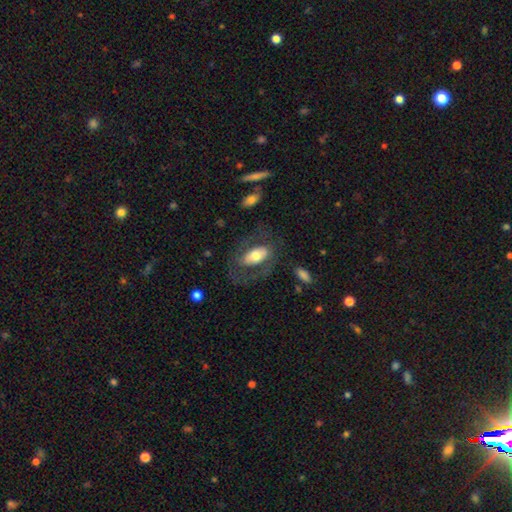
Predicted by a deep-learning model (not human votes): This appears to be a featured or disk galaxy (50%). Merging: none (63%).